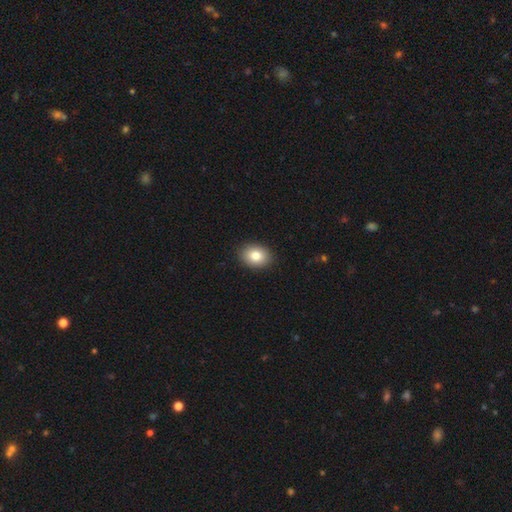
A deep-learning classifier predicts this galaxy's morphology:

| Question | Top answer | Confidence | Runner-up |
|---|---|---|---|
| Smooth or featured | smooth | 83% | featured or disk (9%) |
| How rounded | in between | 60% | round (39%) |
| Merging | none | 90% | minor disturbance (7%) |